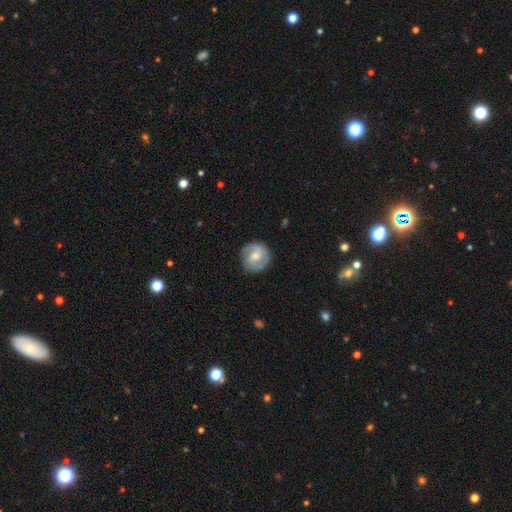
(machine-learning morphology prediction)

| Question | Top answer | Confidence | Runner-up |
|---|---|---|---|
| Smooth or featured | featured or disk | 60% | smooth (33%) |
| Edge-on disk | no | 97% | yes (3%) |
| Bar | weak | 47% | no (42%) |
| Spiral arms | yes | 86% | no (14%) |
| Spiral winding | medium | 43% | tight (42%) |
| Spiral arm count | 2 | 77% | can't tell (12%) |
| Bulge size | moderate | 60% | small (26%) |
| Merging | none | 83% | minor disturbance (12%) |